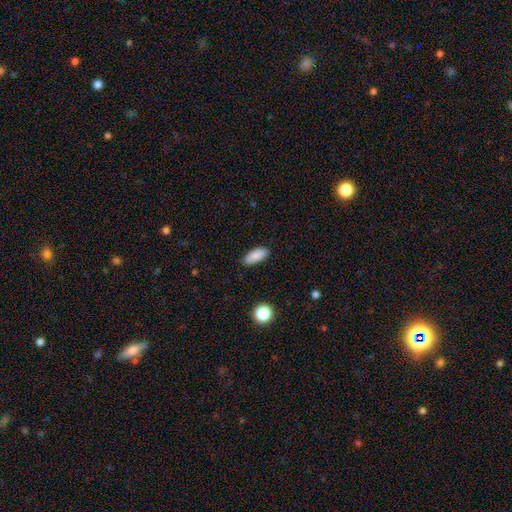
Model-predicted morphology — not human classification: Overall: smooth (87%). How rounded: in between (81%). Merging: none (87%).